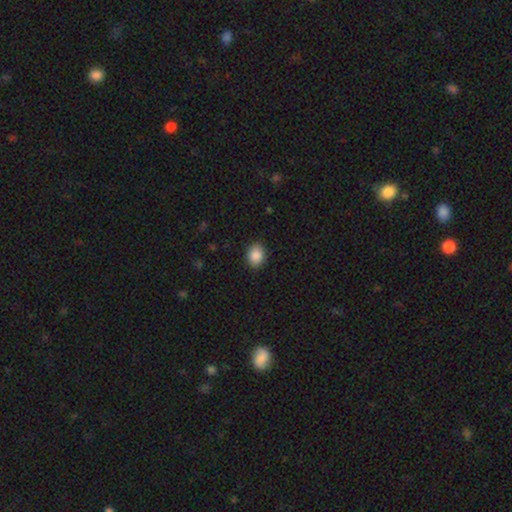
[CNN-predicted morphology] Smooth or featured: smooth — 88% (star or artifact — 8%)
How rounded: in between — 59% (round — 40%)
Merging: none — 88% (minor disturbance — 9%)